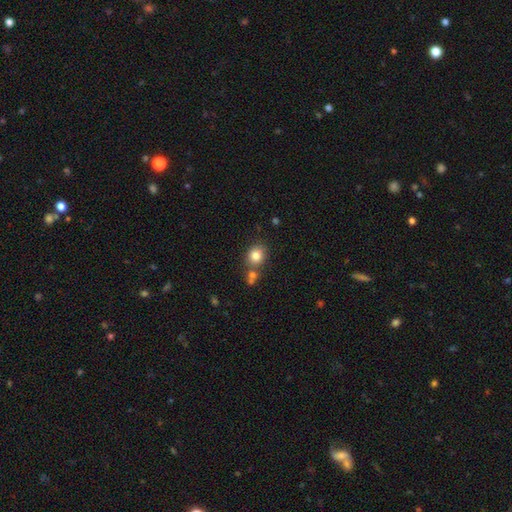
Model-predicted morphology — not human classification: Smooth or featured? smooth (82%)
How rounded? round (71%)
Merging? none (61%)